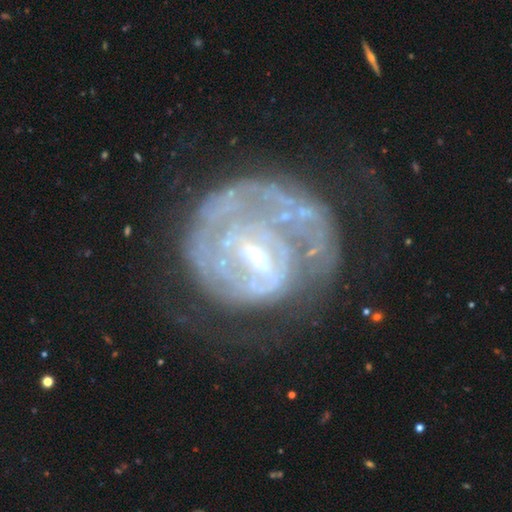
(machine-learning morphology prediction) smooth_or_featured: featured or disk (p=0.79) [alt: smooth p=0.12]
disk_edge_on: no (p=0.97) [alt: yes p=0.03]
bar: weak (p=0.49) [alt: strong p=0.28]
has_spiral_arms: yes (p=0.70) [alt: no p=0.30]
spiral_winding: tight (p=0.60) [alt: medium p=0.26]
spiral_arm_count: can't tell (p=0.47) [alt: 2 p=0.22]
bulge_size: small (p=0.60) [alt: moderate p=0.26]
merging: none (p=0.46) [alt: major disturbance p=0.31]